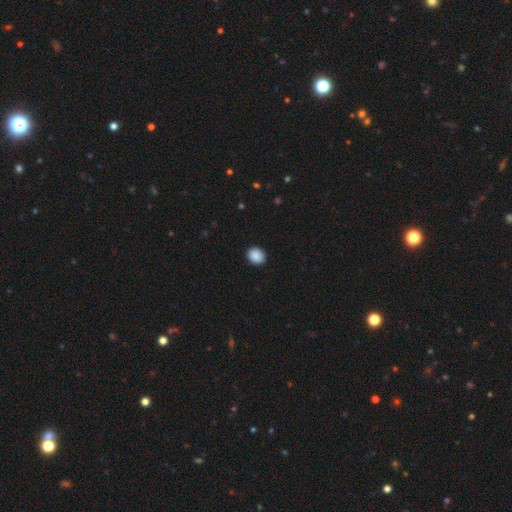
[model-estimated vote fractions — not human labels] Smooth or featured? Predicted: smooth (p=0.89). How rounded? Predicted: round (p=0.67). Merging? Predicted: none (p=0.91).